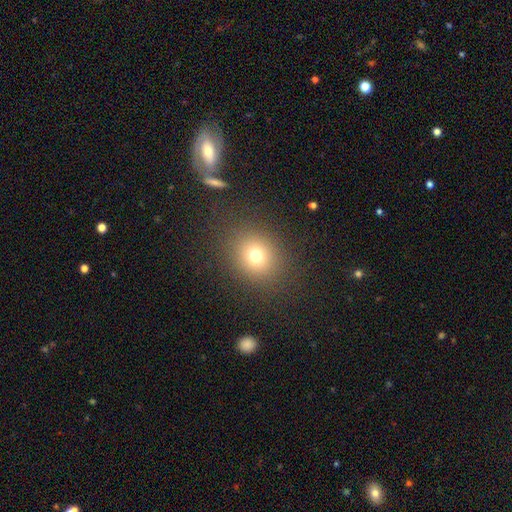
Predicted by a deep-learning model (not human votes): The model was most divided on "how rounded": round: 75%, in between: 24%, cigar-shaped: 1%. More confident: merging — none (86%); smooth or featured — smooth (72%).